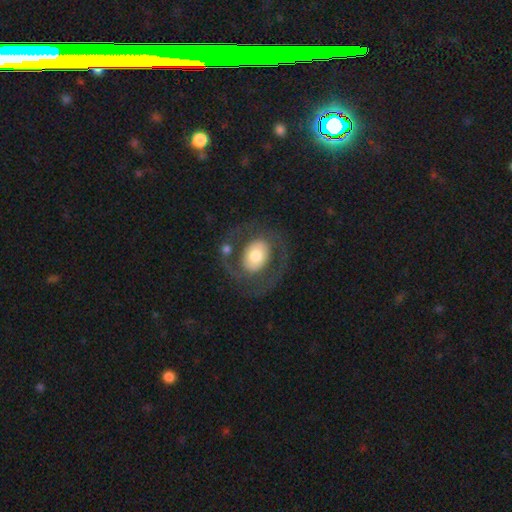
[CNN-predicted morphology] Smooth or featured?
  - featured or disk: 58% *
  - smooth: 36%
  - star or artifact: 6%
Edge-on disk?
  - no: 95% *
  - yes: 5%
Bar?
  - no: 65% *
  - weak: 22%
  - strong: 12%
Spiral arms?
  - yes: 58% *
  - no: 42%
Bulge size?
  - moderate: 52% *
  - large: 29%
  - small: 12%
  - dominant: 6%
  - none: 2%
Merging?
  - none: 64% *
  - major disturbance: 18%
  - minor disturbance: 14%
  - merger: 5%